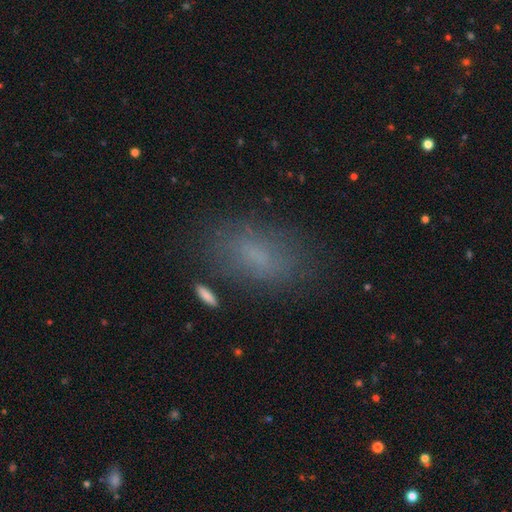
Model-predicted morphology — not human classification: The model was most divided on "smooth or featured": smooth: 69%, featured or disk: 18%, star or artifact: 14%. More confident: how rounded — in between (88%); merging — none (71%).